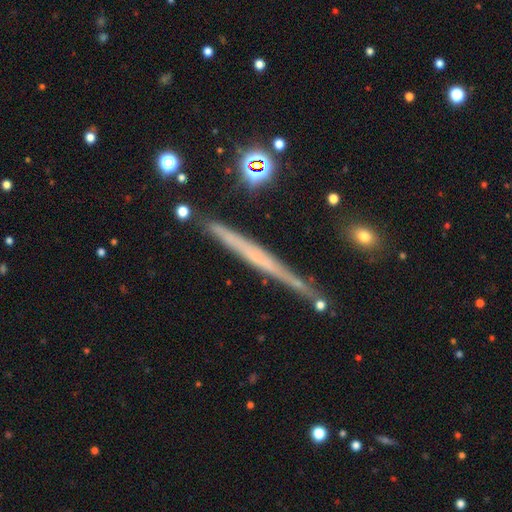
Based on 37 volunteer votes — A featured or disk galaxy (68%) viewed edge-on (92%) with no central bulge (83%). Merging: none (74%).